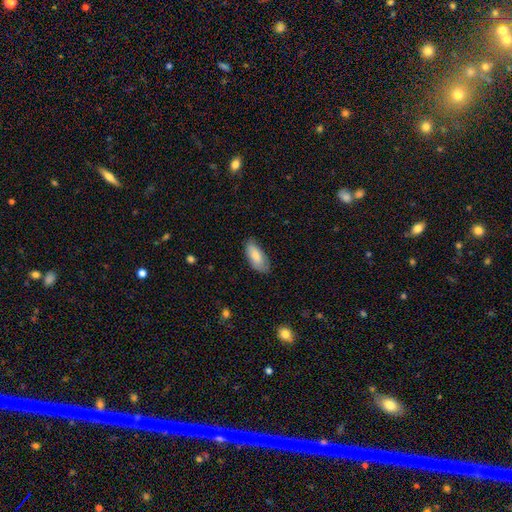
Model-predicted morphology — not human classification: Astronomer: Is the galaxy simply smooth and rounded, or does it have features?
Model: smooth — 83%.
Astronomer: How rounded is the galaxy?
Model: in between — 87%.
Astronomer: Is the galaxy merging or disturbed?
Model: none — 76%.